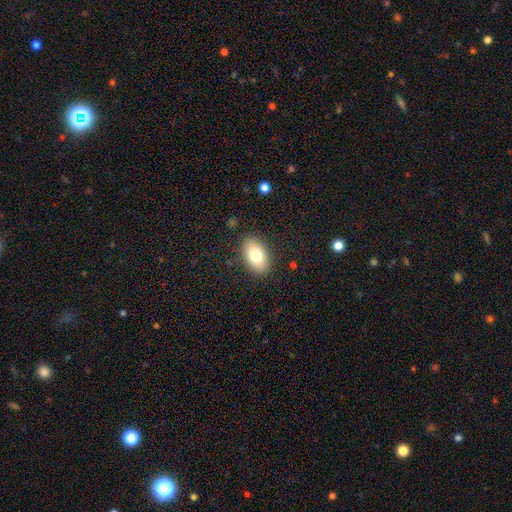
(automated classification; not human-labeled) Smooth or featured? Predicted: smooth (p=0.78). How rounded? Predicted: in between (p=0.91). Merging? Predicted: none (p=0.87).